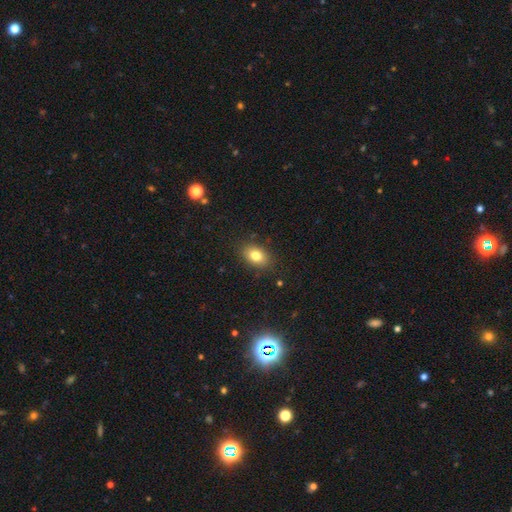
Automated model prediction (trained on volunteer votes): The model was most divided on "how rounded": in between: 82%, round: 17%, cigar-shaped: 2%. More confident: merging — none (86%); smooth or featured — smooth (81%).